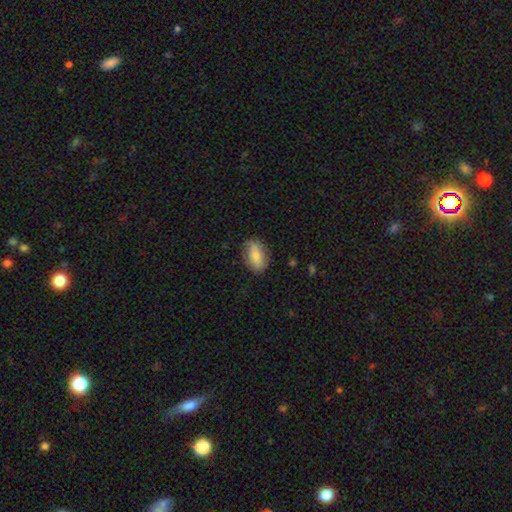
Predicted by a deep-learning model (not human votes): This appears to be a smooth galaxy with no disk features (76%) that is in between round and cigar-shaped (87%). Merging: none (82%).